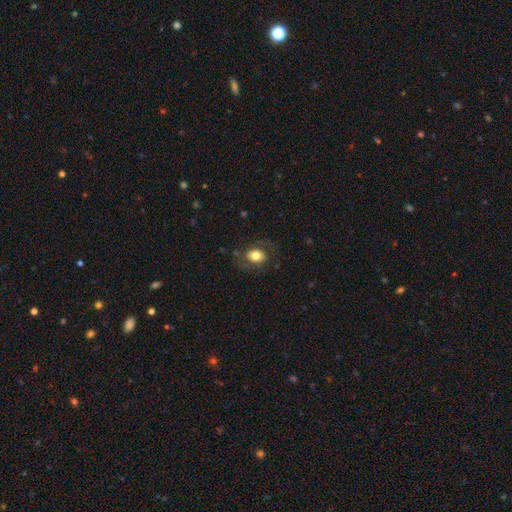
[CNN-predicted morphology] smooth-or-featured: smooth: 67% | featured or disk: 24% | star or artifact: 8%
  how-rounded: in between: 62% | round: 37% | cigar-shaped: 1%
  merging: none: 71% | minor disturbance: 16% | major disturbance: 11% | merger: 1%